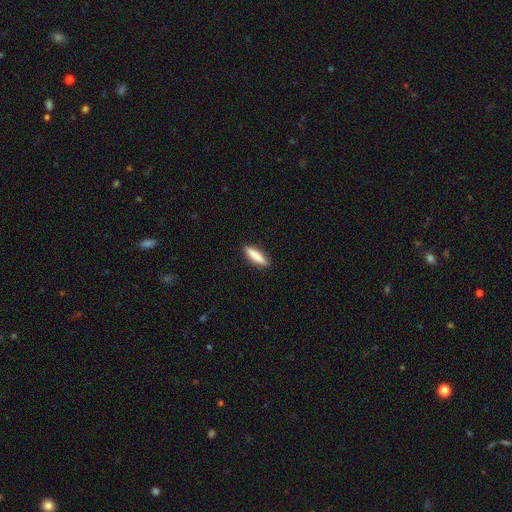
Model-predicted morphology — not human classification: smooth-or-featured: smooth: 82% | featured or disk: 12% | star or artifact: 6%
  how-rounded: cigar-shaped: 72% | in between: 27% | round: 2%
  merging: none: 90% | minor disturbance: 7% | major disturbance: 2% | merger: 1%